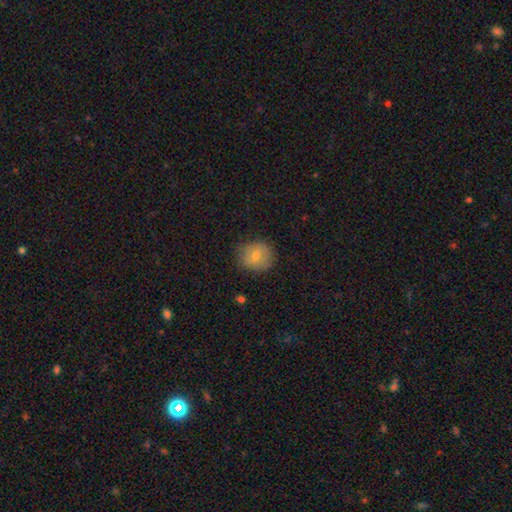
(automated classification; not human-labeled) Smooth or featured? smooth (74%)
How rounded? round (84%)
Merging? none (83%)